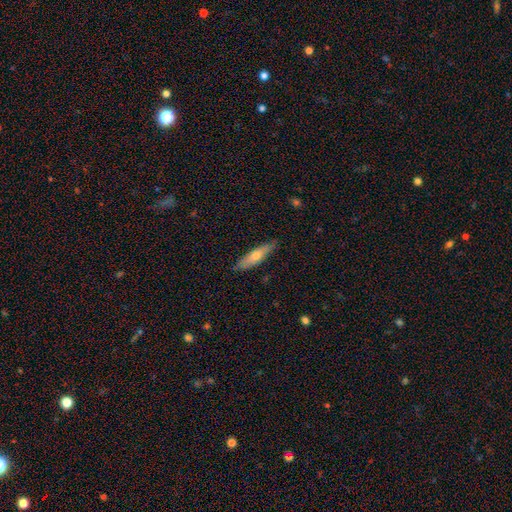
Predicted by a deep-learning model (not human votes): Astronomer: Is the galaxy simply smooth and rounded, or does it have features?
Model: smooth — 61%.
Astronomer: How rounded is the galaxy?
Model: cigar-shaped — 71%.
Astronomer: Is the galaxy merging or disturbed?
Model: none — 82%.